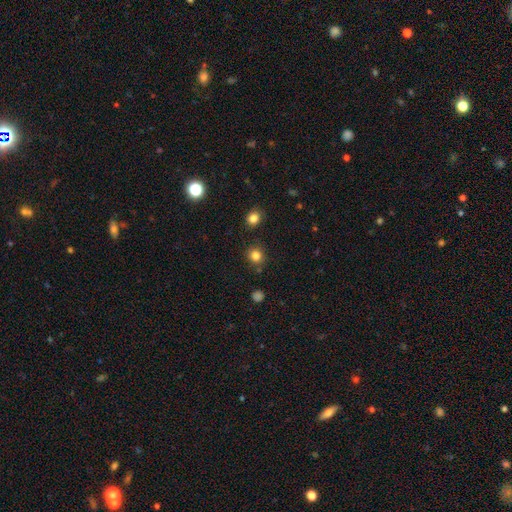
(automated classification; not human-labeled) A smooth galaxy with no disk features (82%) that is round (88%). Merging: none (86%).